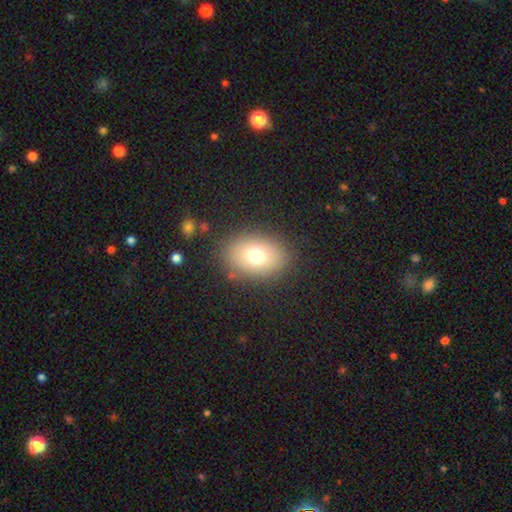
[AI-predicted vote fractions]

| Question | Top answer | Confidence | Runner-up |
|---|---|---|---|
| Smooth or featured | smooth | 71% | featured or disk (15%) |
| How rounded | in between | 67% | round (32%) |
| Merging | none | 84% | minor disturbance (10%) |